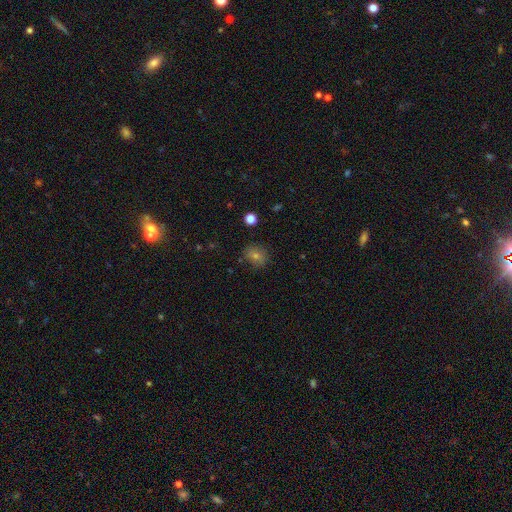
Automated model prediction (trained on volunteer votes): The model was most divided on "smooth or featured": smooth: 64%, star or artifact: 23%, featured or disk: 14%. More confident: merging — none (81%); how rounded — round (71%).